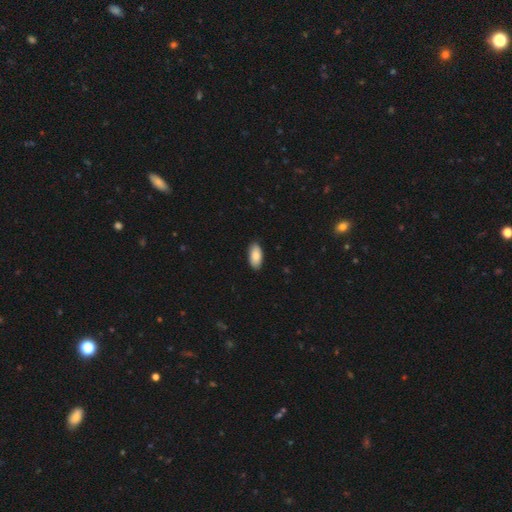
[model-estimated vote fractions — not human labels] Smooth or featured?
  - smooth: 86% *
  - featured or disk: 8%
  - star or artifact: 6%
How rounded?
  - in between: 93% *
  - cigar-shaped: 5%
  - round: 2%
Merging?
  - none: 89% *
  - minor disturbance: 8%
  - major disturbance: 2%
  - merger: 1%